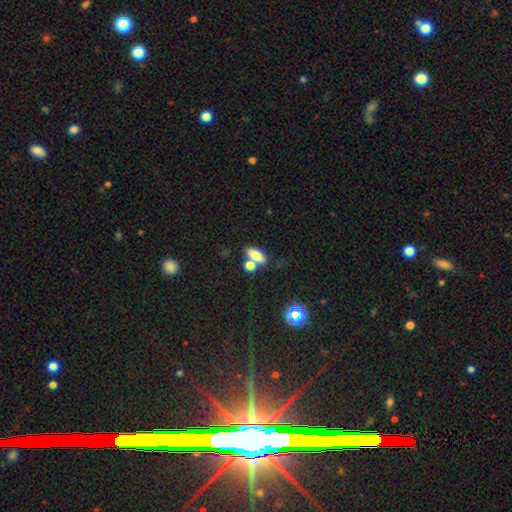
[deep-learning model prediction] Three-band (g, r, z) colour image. It shows a smooth galaxy with no disk features (73%) that is in between round and cigar-shaped (69%). Merging: none (55%).